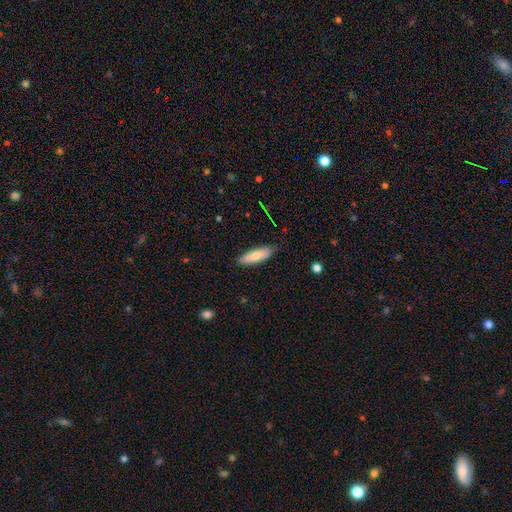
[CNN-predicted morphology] Smooth or featured: smooth — 75% (featured or disk — 19%)
How rounded: in between — 51% (cigar-shaped — 48%)
Merging: none — 84% (minor disturbance — 12%)